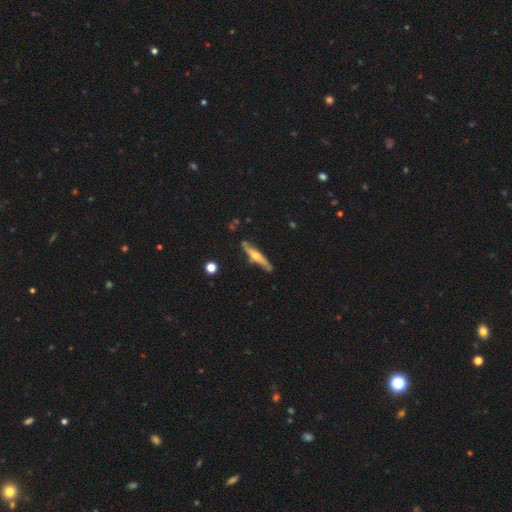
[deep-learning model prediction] Q: Smooth or featured?
A: featured or disk (65%); runner-up: smooth (30%)
Q: Edge-on disk?
A: yes (93%); runner-up: no (7%)
Q: Edge-on bulge?
A: rounded (88%); runner-up: none (7%)
Q: Merging?
A: none (80%); runner-up: minor disturbance (15%)